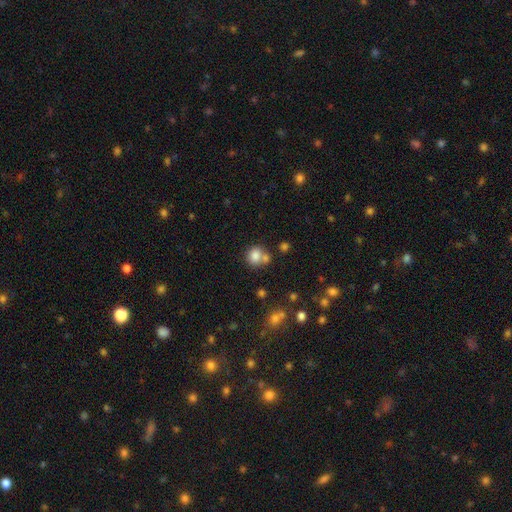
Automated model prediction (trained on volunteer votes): A smooth galaxy with no disk features (80%) that is round (77%). Merging: none (52%).